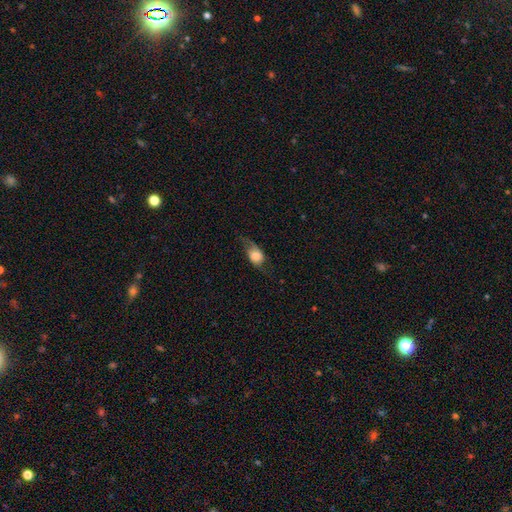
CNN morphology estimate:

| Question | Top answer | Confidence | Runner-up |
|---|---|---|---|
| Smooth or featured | smooth | 60% | featured or disk (31%) |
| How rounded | in between | 63% | round (33%) |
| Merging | none | 43% | minor disturbance (31%) |